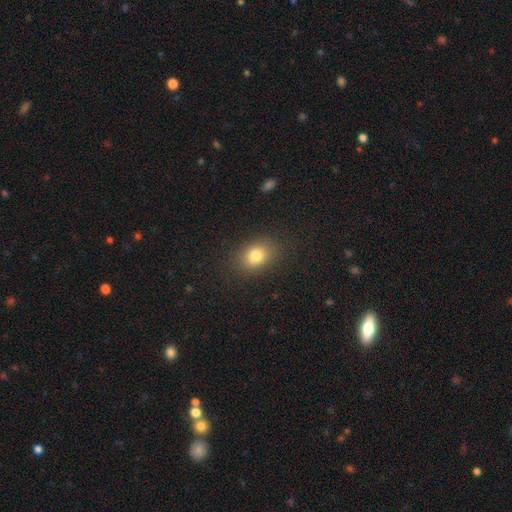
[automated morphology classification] smooth 80%, star or artifact 11%, featured or disk 9%. Down the decision tree: how rounded — in between (69%); merging — none (84%).